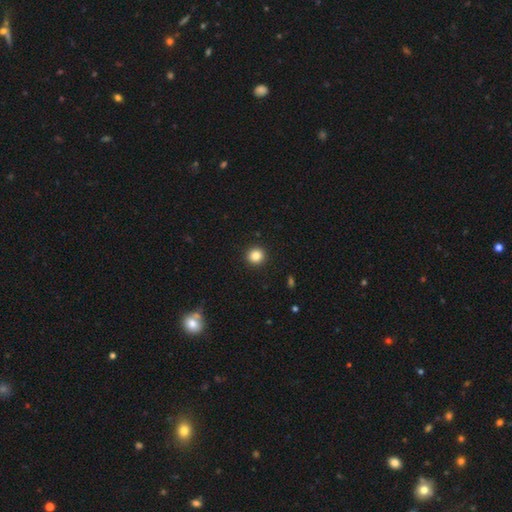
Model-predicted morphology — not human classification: smooth_or_featured: smooth (p=0.86) [alt: star or artifact p=0.10]
how_rounded: round (p=0.93) [alt: in between p=0.06]
merging: none (p=0.92) [alt: minor disturbance p=0.05]